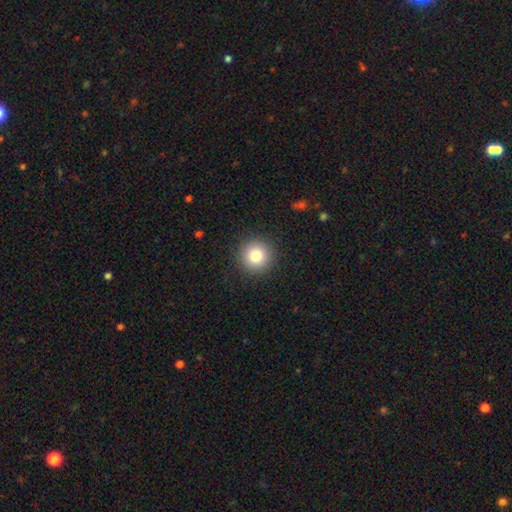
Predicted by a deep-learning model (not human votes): The model was most divided on "smooth or featured": smooth: 81%, star or artifact: 11%, featured or disk: 8%. More confident: how rounded — round (95%); merging — none (91%).